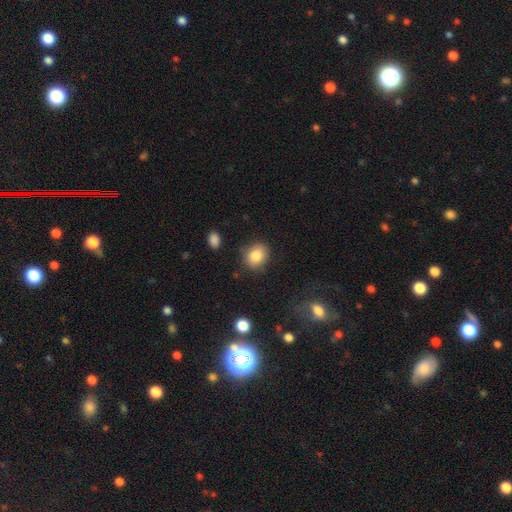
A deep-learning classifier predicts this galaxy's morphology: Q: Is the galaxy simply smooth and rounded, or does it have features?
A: smooth — 84%.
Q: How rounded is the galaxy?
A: round — 63%.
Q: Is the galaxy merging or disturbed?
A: none — 82%.